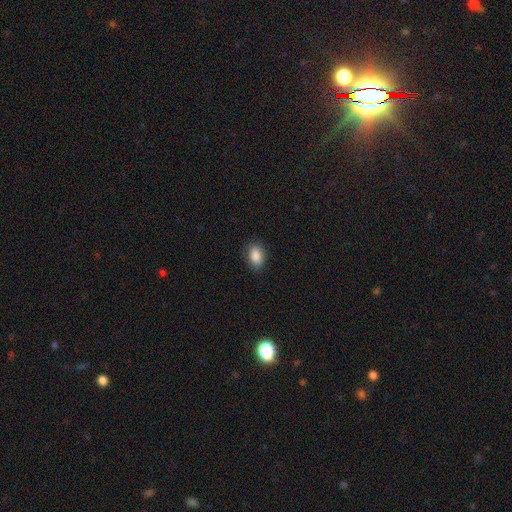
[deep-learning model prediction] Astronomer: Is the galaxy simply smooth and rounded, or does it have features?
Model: smooth — 88%.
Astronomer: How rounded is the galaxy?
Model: in between — 86%.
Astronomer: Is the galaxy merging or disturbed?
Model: none — 87%.